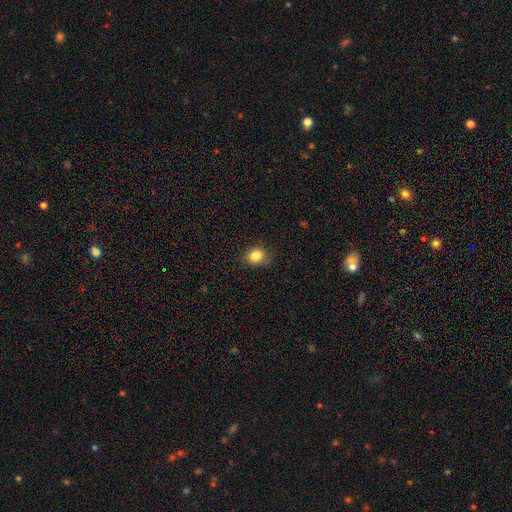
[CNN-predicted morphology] Smooth or featured? Predicted: smooth (p=0.84). How rounded? Predicted: round (p=0.74). Merging? Predicted: none (p=0.82).